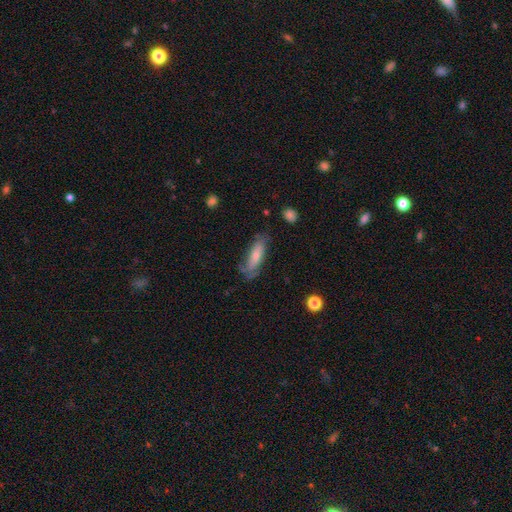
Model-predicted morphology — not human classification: smooth_or_featured: smooth (p=0.63) [alt: featured or disk p=0.30]
how_rounded: in between (p=0.50) [alt: cigar-shaped p=0.48]
merging: none (p=0.61) [alt: minor disturbance p=0.26]